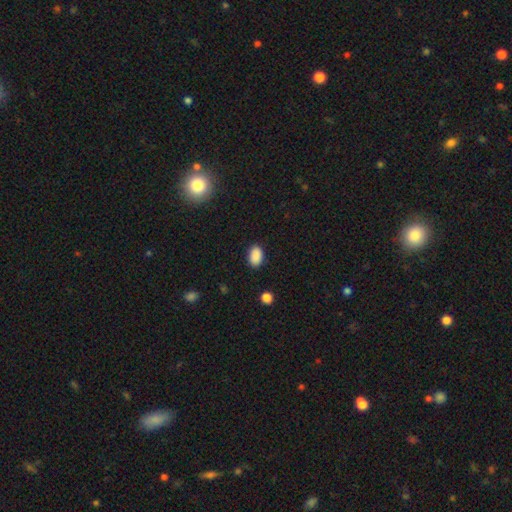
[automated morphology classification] The model was most divided on "merging": none: 88%, minor disturbance: 9%, major disturbance: 2%, merger: 1%. More confident: smooth or featured — smooth (89%); how rounded — in between (89%).